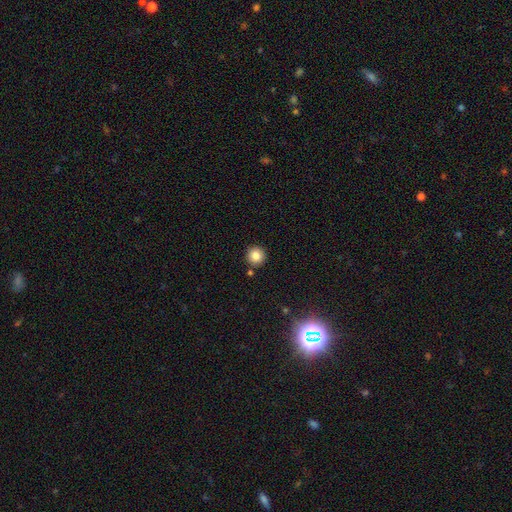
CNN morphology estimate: This is clearly a smooth galaxy (84%). How rounded: clearly round (95%). Merging: clearly none (89%).